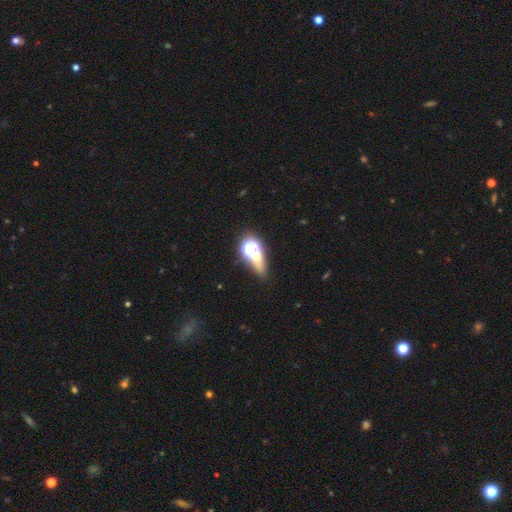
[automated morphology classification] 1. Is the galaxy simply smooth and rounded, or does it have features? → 43% smooth, 38% star or artifact, 19% featured or disk.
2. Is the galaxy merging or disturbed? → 56% none, 23% merger, 13% minor disturbance, 9% major disturbance.